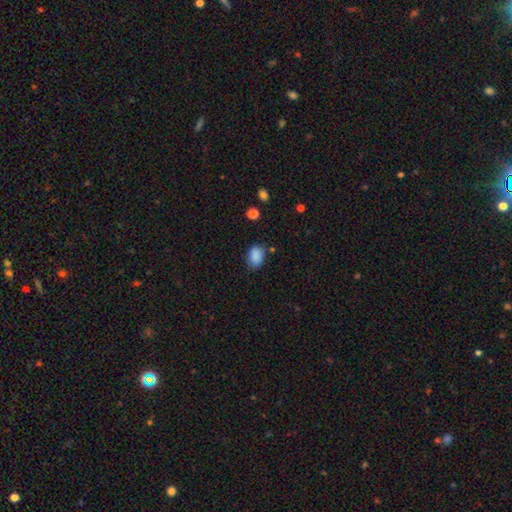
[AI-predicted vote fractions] Smooth or featured? smooth (88%)
How rounded? in between (79%)
Merging? none (75%)